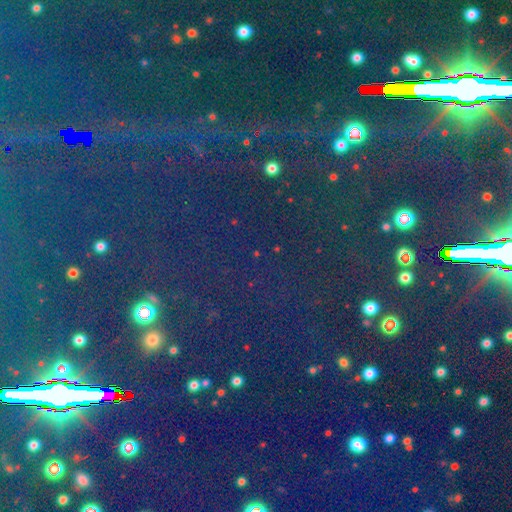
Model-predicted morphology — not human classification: This is clearly a star or artifact rather than a galaxy (83%).